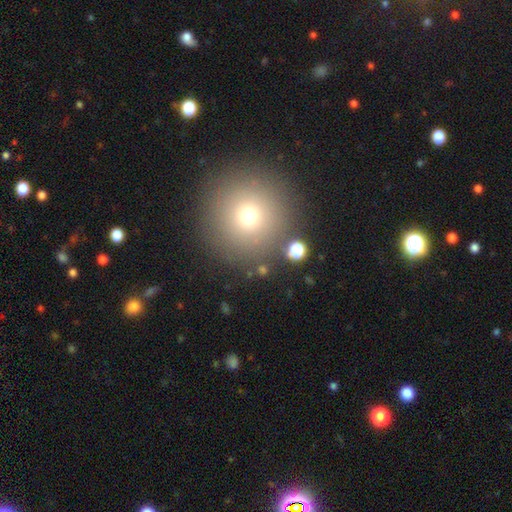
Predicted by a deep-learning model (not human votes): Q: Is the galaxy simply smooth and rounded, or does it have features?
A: smooth — 58%.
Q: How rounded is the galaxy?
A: round — 96%.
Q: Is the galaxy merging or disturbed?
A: none — 88%.